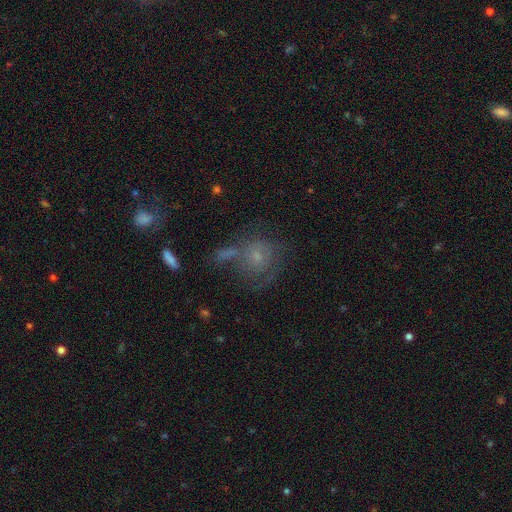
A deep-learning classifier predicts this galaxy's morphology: Smooth or featured? Predicted: featured or disk (p=0.45). Merging? Predicted: none (p=0.46).